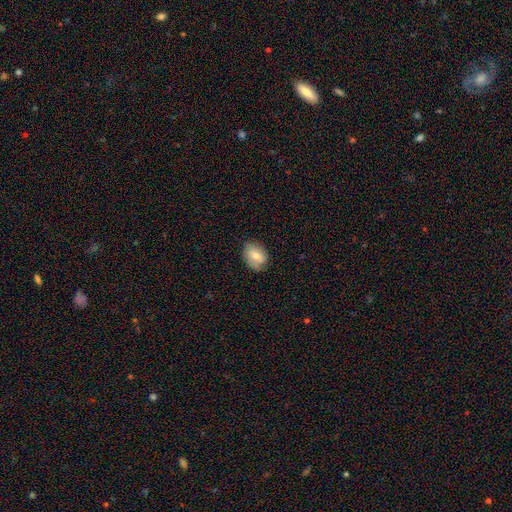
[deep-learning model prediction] smooth_or_featured: smooth (p=0.65) [alt: featured or disk p=0.27]
how_rounded: in between (p=0.71) [alt: round p=0.28]
merging: none (p=0.76) [alt: minor disturbance p=0.19]